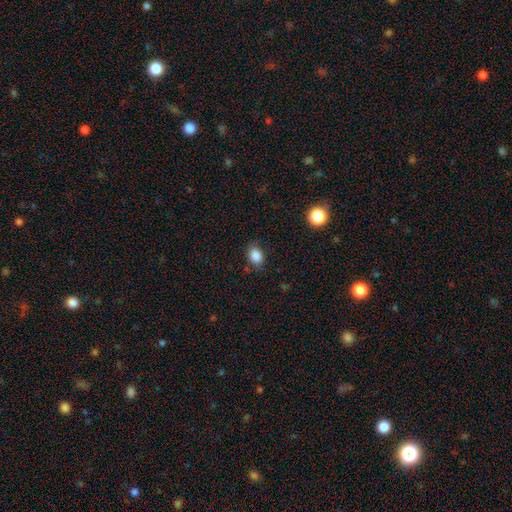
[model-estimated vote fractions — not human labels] Morphology: type=smooth (85%); roundness=in between (63%); merging=none (78%).